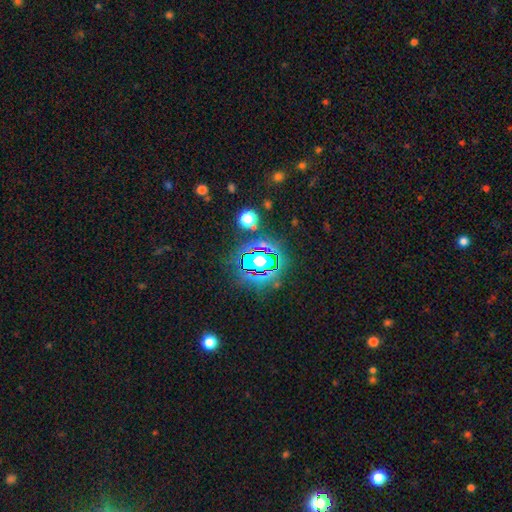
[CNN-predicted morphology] Smooth or featured? Predicted: star or artifact (p=0.80).